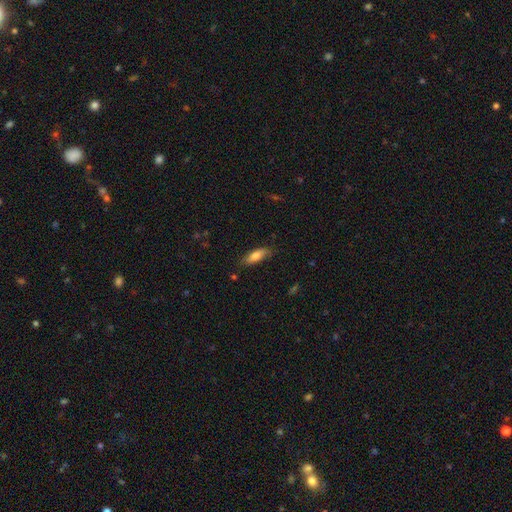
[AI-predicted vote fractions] Smooth or featured: smooth — 76% (featured or disk — 17%)
How rounded: in between — 61% (cigar-shaped — 37%)
Merging: none — 77% (minor disturbance — 18%)